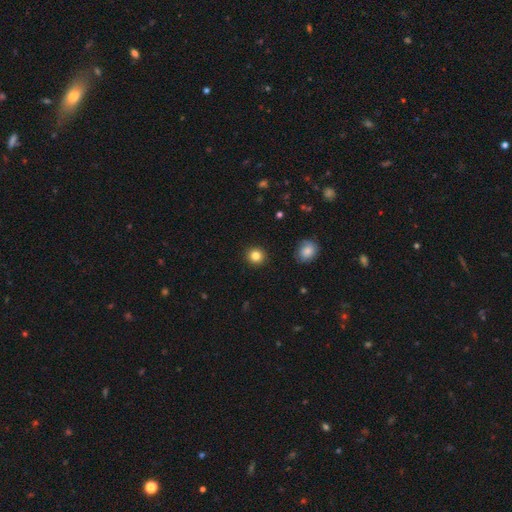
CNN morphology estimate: Smooth or featured? smooth (84%)
How rounded? round (91%)
Merging? none (92%)